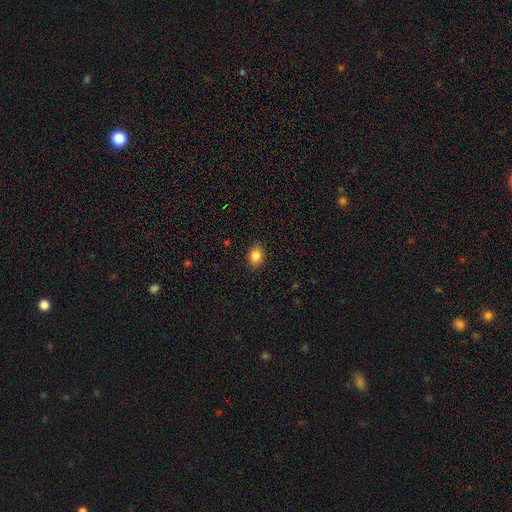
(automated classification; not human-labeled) smooth_or_featured: smooth (p=0.87) [alt: star or artifact p=0.09]
how_rounded: in between (p=0.68) [alt: round p=0.30]
merging: none (p=0.89) [alt: minor disturbance p=0.08]